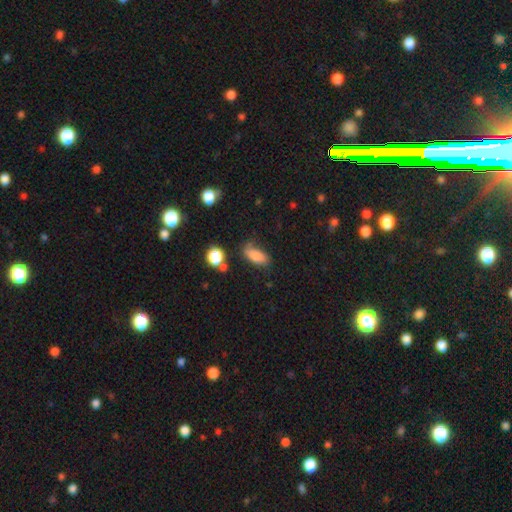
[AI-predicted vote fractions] This appears to be a smooth galaxy with no disk features (79%) that is in between round and cigar-shaped (85%). Merging: none (59%).